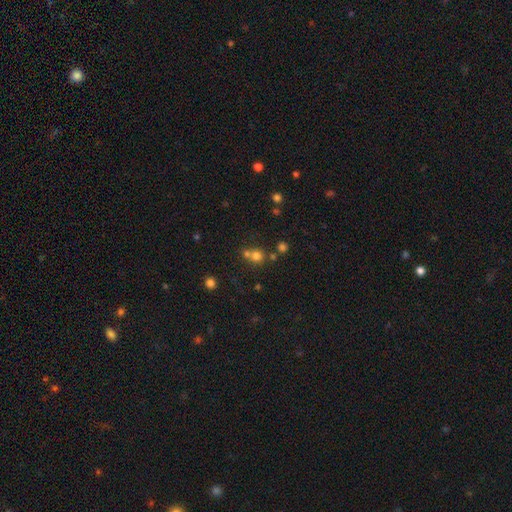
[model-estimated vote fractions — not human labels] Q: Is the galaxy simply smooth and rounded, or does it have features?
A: smooth — 71%.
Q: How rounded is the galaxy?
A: round — 87%.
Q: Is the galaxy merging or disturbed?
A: none — 51%.